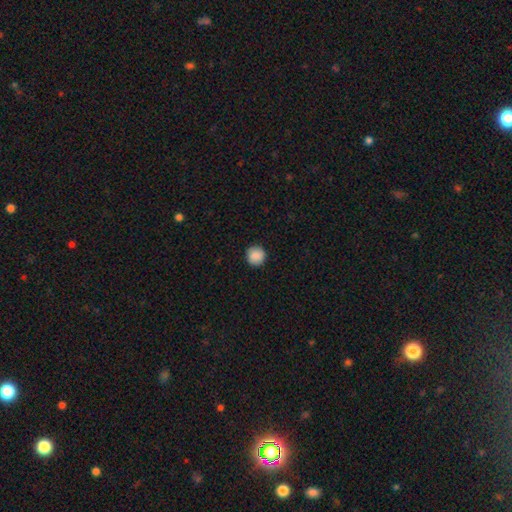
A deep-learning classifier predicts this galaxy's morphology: smooth_or_featured: smooth (p=0.89) [alt: star or artifact p=0.08]
how_rounded: round (p=0.94) [alt: in between p=0.05]
merging: none (p=0.90) [alt: minor disturbance p=0.07]